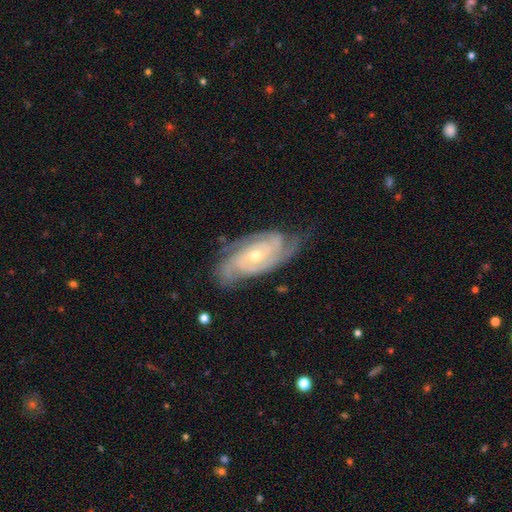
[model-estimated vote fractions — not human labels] Morphology: type=featured or disk (90%); edge-on=no (96%); bar=no (66%); spiral arms=yes (98%); winding=tight (72%); arm count=3 (34%); bulge=small (52%); merging=none (72%).